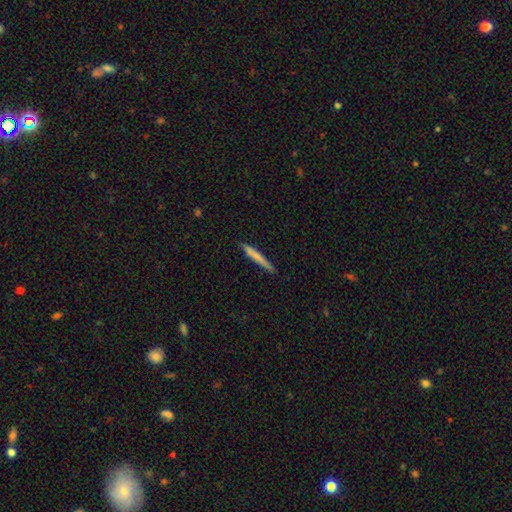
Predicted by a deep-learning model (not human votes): This appears to be a smooth galaxy with no disk features (69%) that is cigar-shaped (96%). Merging: none (85%).